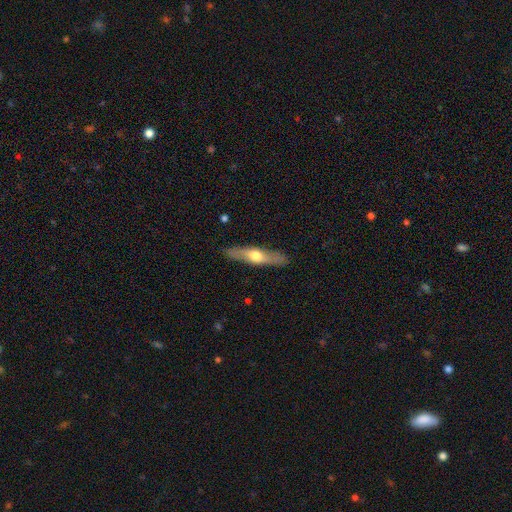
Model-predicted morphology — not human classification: This appears to be a featured or disk galaxy (53%) viewed edge-on (82%). Merging: none (88%).